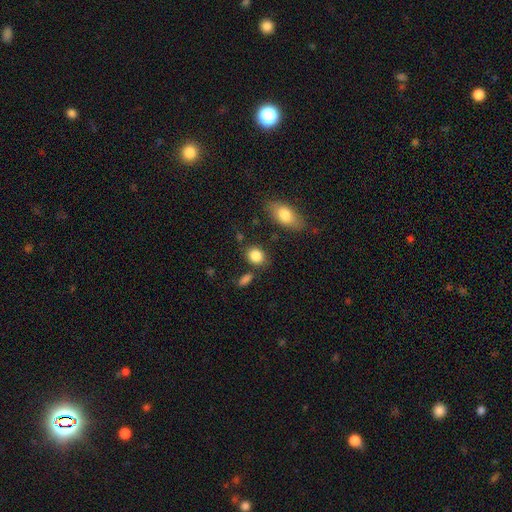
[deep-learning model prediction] A smooth galaxy with no disk features (86%) that is round (49%, tied with in between). Merging: none (76%).